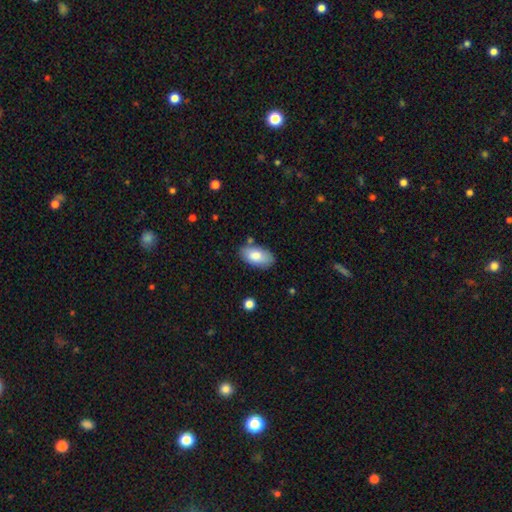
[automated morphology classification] Smooth or featured?
  - smooth: 80% *
  - featured or disk: 13%
  - star or artifact: 6%
How rounded?
  - in between: 94% *
  - round: 3%
  - cigar-shaped: 3%
Merging?
  - none: 78% *
  - minor disturbance: 15%
  - merger: 4%
  - major disturbance: 3%